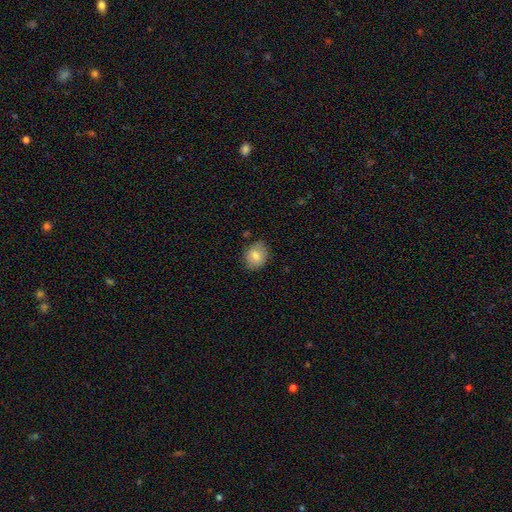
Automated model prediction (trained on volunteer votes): Morphology: type=smooth (78%); roundness=round (53%); merging=none (79%).